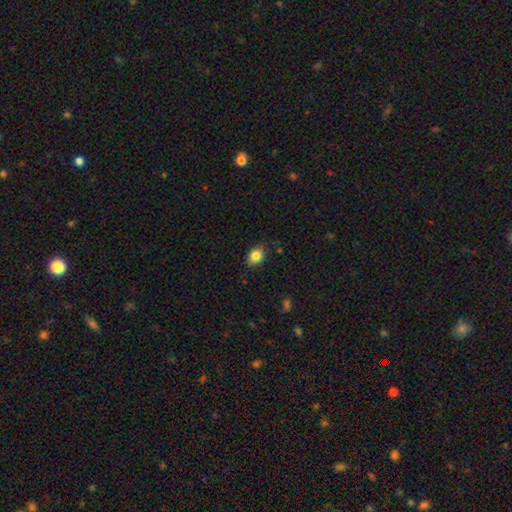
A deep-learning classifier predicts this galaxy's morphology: Smooth or featured? smooth (83%)
How rounded? in between (68%)
Merging? none (79%)